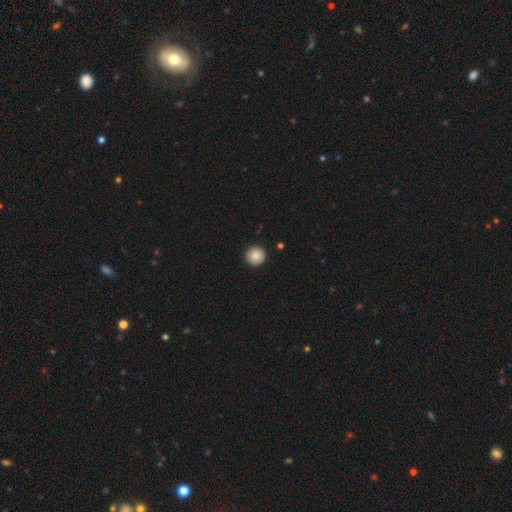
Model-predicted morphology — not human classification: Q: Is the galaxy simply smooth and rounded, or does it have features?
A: smooth — 87%.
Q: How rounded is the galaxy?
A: round — 95%.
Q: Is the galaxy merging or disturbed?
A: none — 93%.